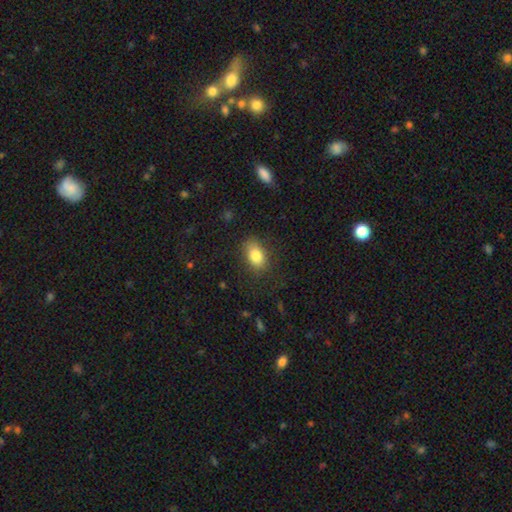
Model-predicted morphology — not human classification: Smooth or featured?
  - smooth: 84% *
  - star or artifact: 8%
  - featured or disk: 8%
How rounded?
  - in between: 86% *
  - round: 13%
  - cigar-shaped: 2%
Merging?
  - none: 79% *
  - minor disturbance: 14%
  - major disturbance: 5%
  - merger: 1%